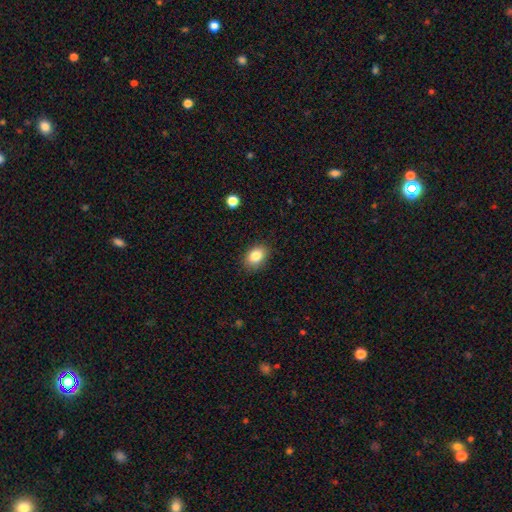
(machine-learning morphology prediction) Q: Smooth or featured?
A: smooth (85%); runner-up: star or artifact (9%)
Q: How rounded?
A: in between (77%); runner-up: round (21%)
Q: Merging?
A: none (86%); runner-up: minor disturbance (11%)